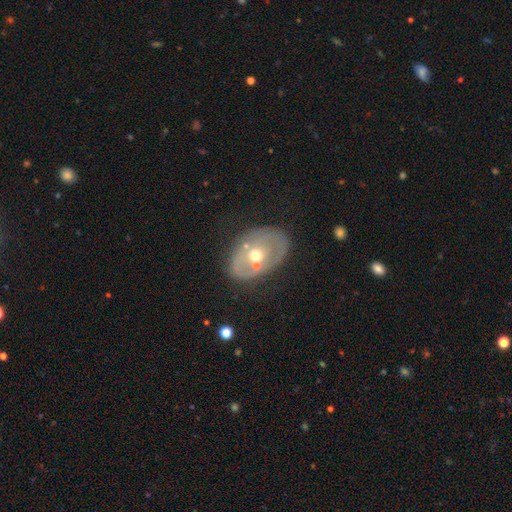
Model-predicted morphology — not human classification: type=featured or disk (62%); edge-on=no (93%); bar=no (85%); spiral arms=no (78%); bulge=moderate (70%); merging=none (67%).